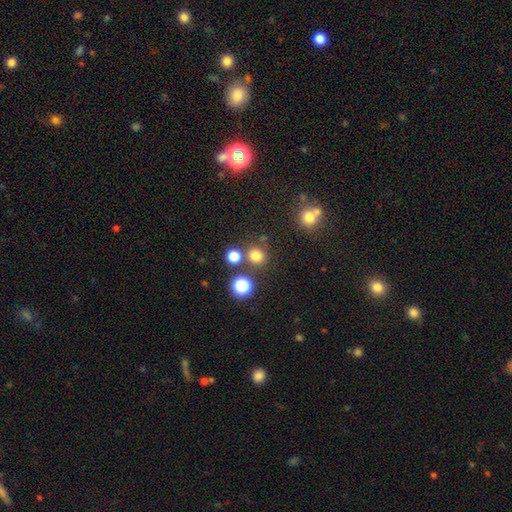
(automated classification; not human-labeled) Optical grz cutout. It shows a smooth galaxy with no disk features (75%) that is round (89%). Merging: none (76%).